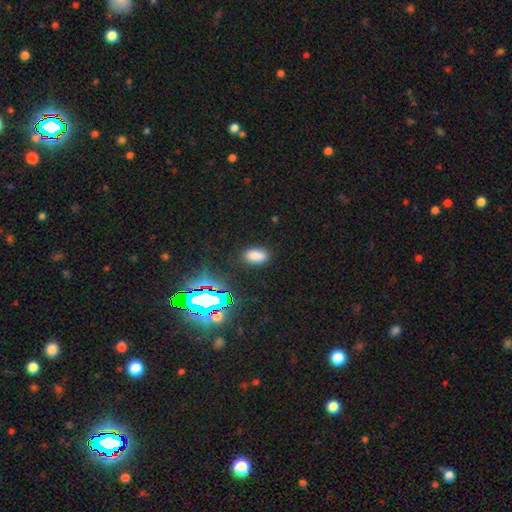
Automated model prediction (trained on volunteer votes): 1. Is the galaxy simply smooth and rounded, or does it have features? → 75% smooth, 19% star or artifact, 6% featured or disk.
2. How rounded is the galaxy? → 91% in between, 5% round, 3% cigar-shaped.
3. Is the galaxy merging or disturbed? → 86% none, 9% minor disturbance, 3% major disturbance, 2% merger.